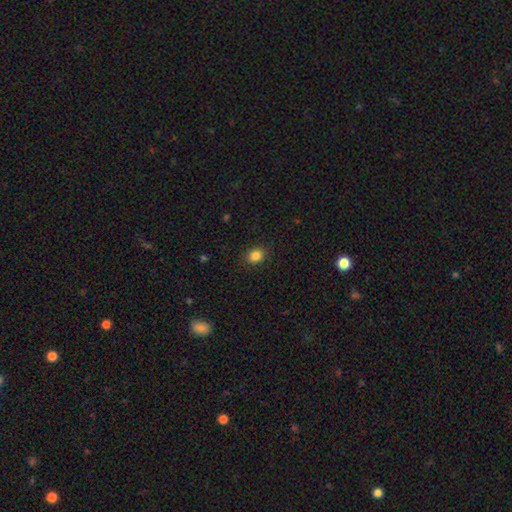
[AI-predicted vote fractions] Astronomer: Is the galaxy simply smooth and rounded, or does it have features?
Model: smooth — 84%.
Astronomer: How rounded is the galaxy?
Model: round — 70%.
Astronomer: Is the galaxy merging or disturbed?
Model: none — 89%.